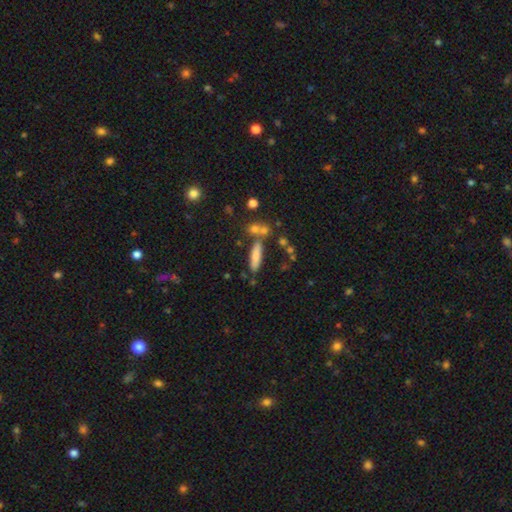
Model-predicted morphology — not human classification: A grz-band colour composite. It shows a smooth galaxy with no disk features (75%) that is cigar-shaped (67%). Merging: none (68%).